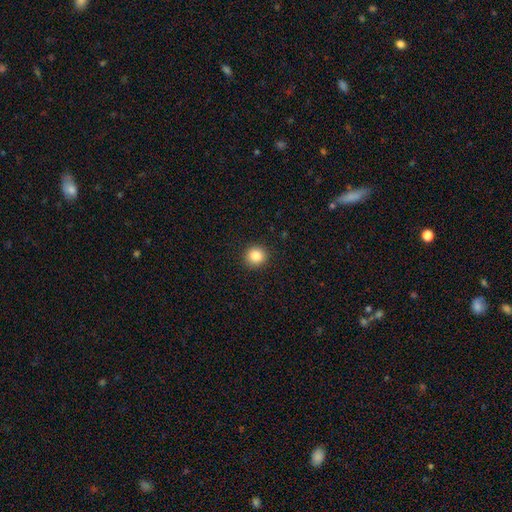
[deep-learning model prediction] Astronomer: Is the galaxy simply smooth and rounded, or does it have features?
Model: smooth — 85%.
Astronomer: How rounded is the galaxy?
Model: round — 91%.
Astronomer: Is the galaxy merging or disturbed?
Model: none — 92%.